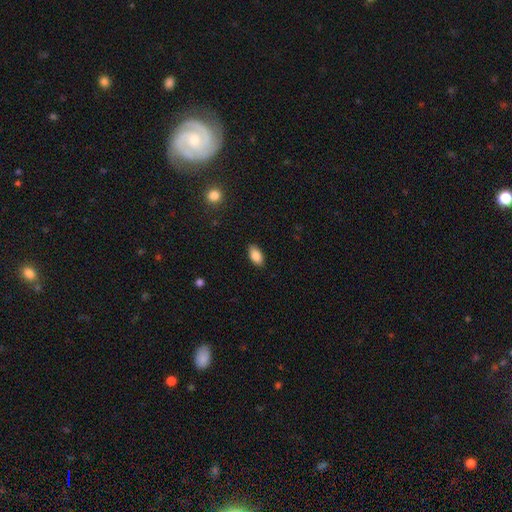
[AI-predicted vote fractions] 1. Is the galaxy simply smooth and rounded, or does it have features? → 86% smooth, 7% star or artifact, 7% featured or disk.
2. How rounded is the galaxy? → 93% in between, 4% round, 3% cigar-shaped.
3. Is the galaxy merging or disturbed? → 88% none, 9% minor disturbance, 2% major disturbance, 1% merger.